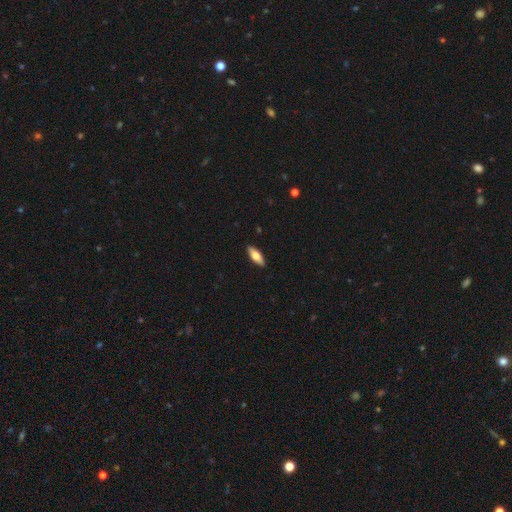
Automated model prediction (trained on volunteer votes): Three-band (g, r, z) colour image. It shows a smooth galaxy with no disk features (66%) that is in between round and cigar-shaped (68%). Merging: none (90%).